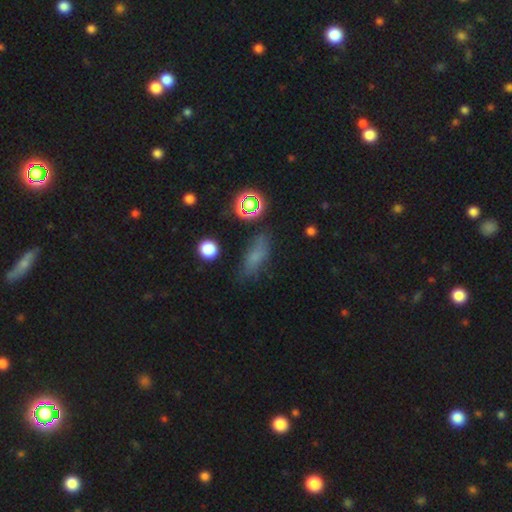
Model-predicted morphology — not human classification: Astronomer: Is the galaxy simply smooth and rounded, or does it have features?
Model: smooth — 61%.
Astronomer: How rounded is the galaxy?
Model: in between — 60%.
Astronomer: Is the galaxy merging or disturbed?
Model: none — 68%.